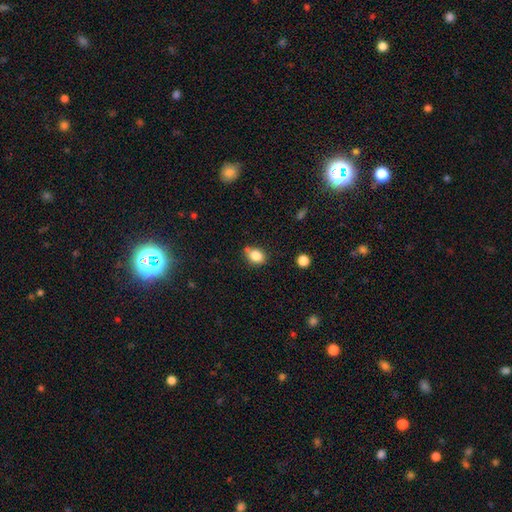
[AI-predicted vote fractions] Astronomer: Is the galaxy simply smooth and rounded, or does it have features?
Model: smooth — 83%.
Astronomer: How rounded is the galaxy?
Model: in between — 59% (runner-up: round, 40%).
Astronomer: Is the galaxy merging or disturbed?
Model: none — 65%.